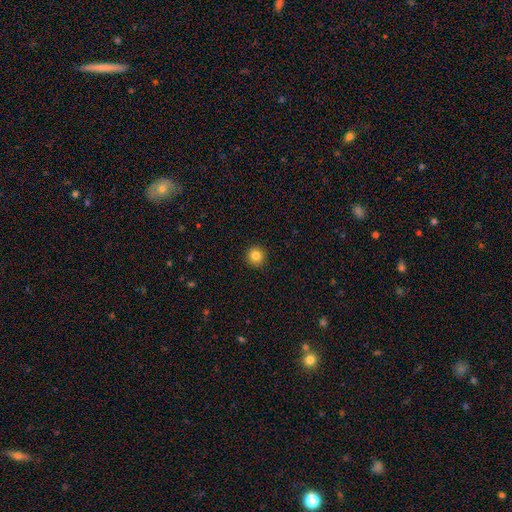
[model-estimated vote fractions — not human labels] Smooth or featured? Predicted: smooth (p=0.83). How rounded? Predicted: round (p=0.95). Merging? Predicted: none (p=0.93).